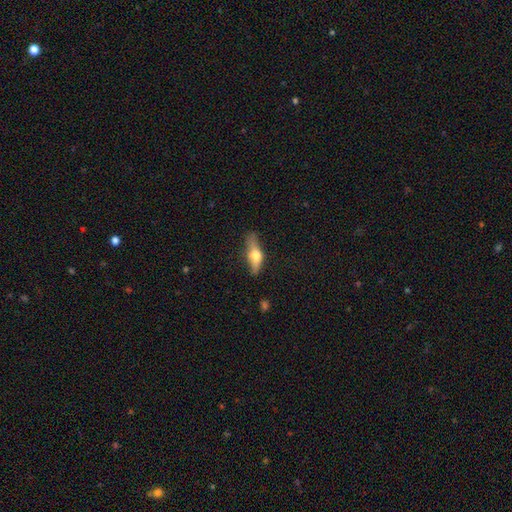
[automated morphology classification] Smooth or featured? smooth (47%)
Merging? none (63%)